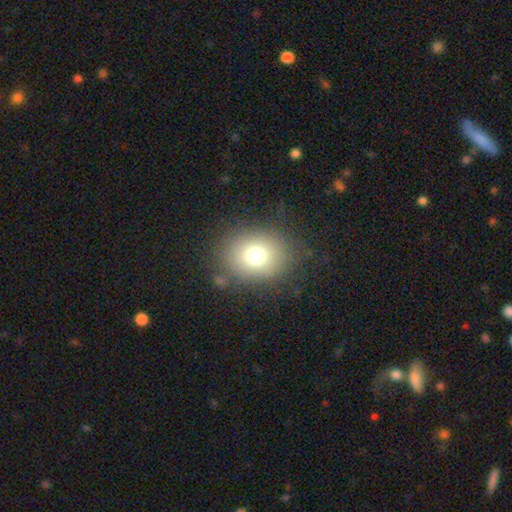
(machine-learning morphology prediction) smooth-or-featured: smooth: 74% | star or artifact: 14% | featured or disk: 11%
  how-rounded: round: 68% | in between: 31% | cigar-shaped: 1%
  merging: none: 81% | minor disturbance: 11% | major disturbance: 6% | merger: 2%